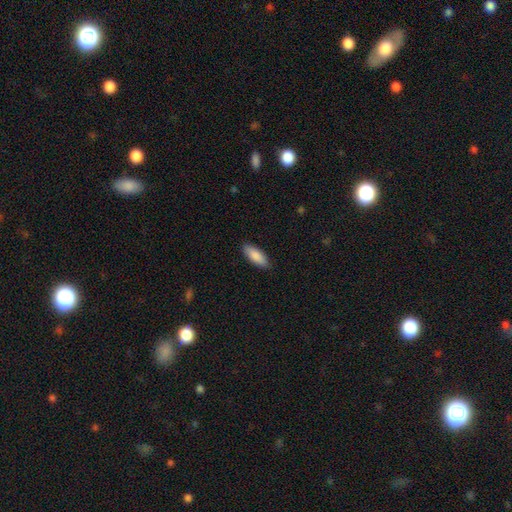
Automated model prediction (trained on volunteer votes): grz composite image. It shows a smooth galaxy with no disk features (87%) that is in between round and cigar-shaped (69%). Merging: none (88%).